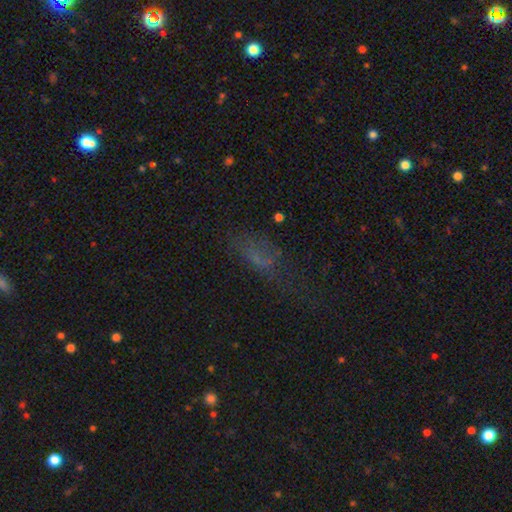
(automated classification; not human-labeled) smooth-or-featured: smooth: 48% | star or artifact: 26% | featured or disk: 26%
  merging: none: 44% | major disturbance: 30% | minor disturbance: 23% | merger: 4%